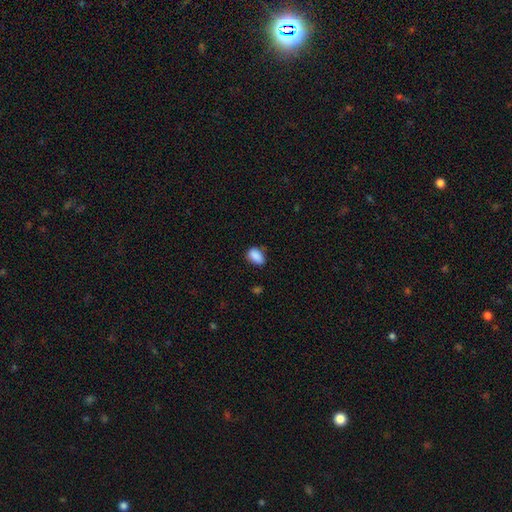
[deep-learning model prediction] smooth-or-featured: smooth: 88% | star or artifact: 8% | featured or disk: 4%
  how-rounded: in between: 87% | round: 12% | cigar-shaped: 2%
  merging: none: 67% | minor disturbance: 26% | major disturbance: 5% | merger: 2%